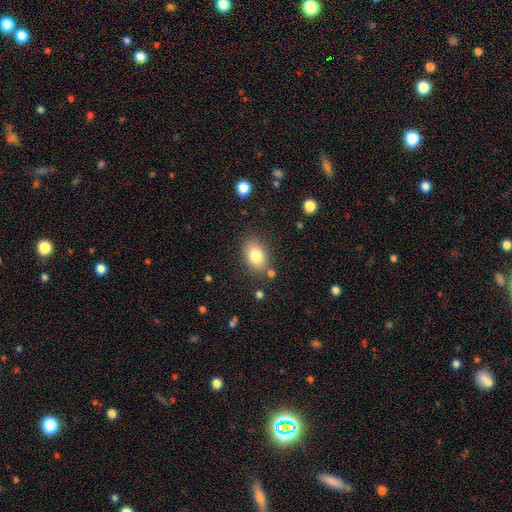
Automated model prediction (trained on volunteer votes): smooth 81%, featured or disk 10%, star or artifact 9%. Down the decision tree: how rounded — in between (76%); merging — none (80%).